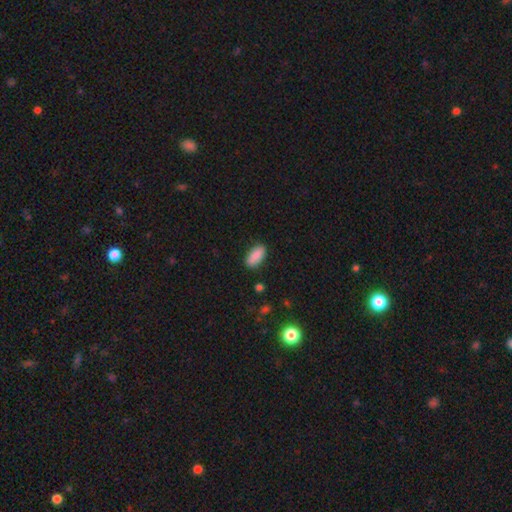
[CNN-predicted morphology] This appears to be a smooth galaxy with no disk features (87%) that is in between round and cigar-shaped (87%). Merging: none (85%).